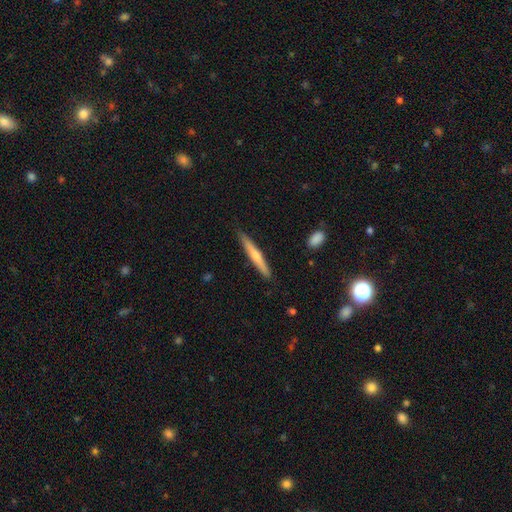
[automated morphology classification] Smooth or featured: smooth — 50% (featured or disk — 45%)
Merging: none — 88% (minor disturbance — 9%)